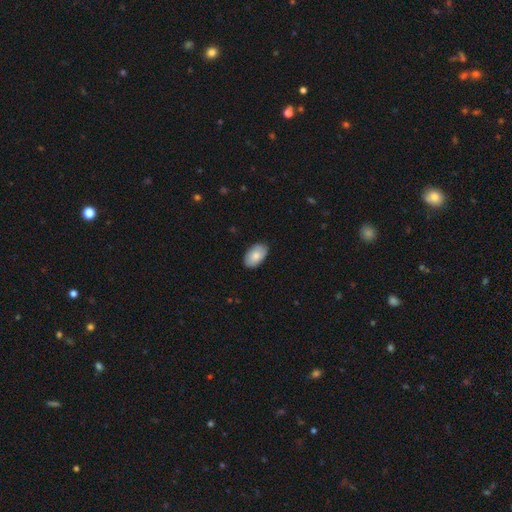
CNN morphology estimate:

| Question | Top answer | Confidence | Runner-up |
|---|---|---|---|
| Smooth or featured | smooth | 83% | featured or disk (11%) |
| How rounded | in between | 94% | round (4%) |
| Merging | none | 87% | minor disturbance (10%) |